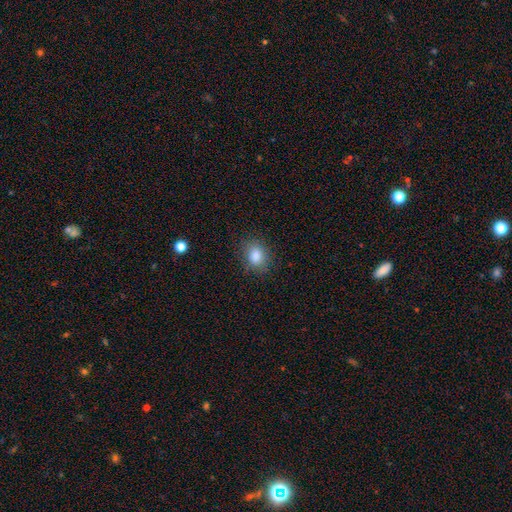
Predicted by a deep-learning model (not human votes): Smooth or featured: smooth — 85% (star or artifact — 10%)
How rounded: in between — 51% (round — 48%)
Merging: none — 83% (minor disturbance — 12%)